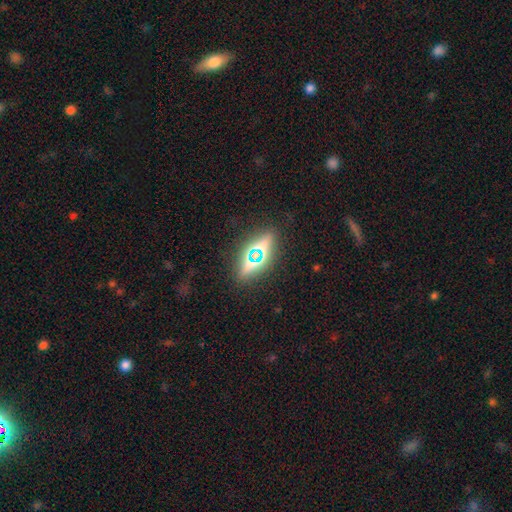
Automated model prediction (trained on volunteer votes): Overall: star or artifact (49%; smooth 30%).